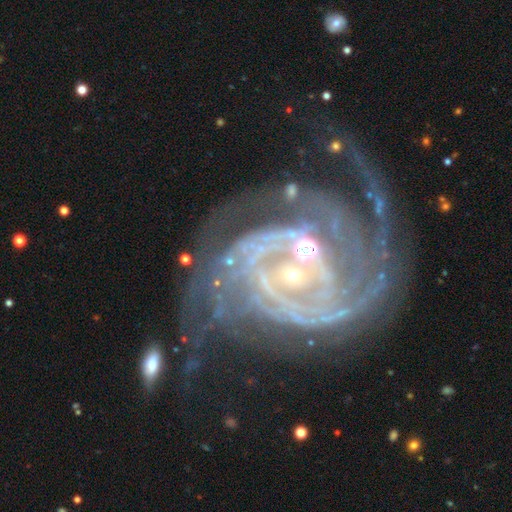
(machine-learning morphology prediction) Overall: featured or disk (90%). Edge-on disk: no (98%). Bar: no (46%; weak 33%). Spiral arms: yes (97%). Spiral arm count: 2 (26%; 3 22%). Spiral winding: tight (56%; medium 34%). Bulge size: small (60%; moderate 33%). Merging: none (42%; major disturbance 26%).